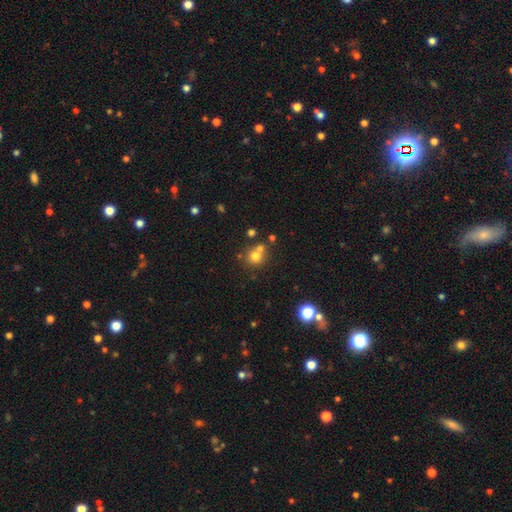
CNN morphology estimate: Overall: smooth (71%). How rounded: round (86%). Merging: none (54%; merger 34%).